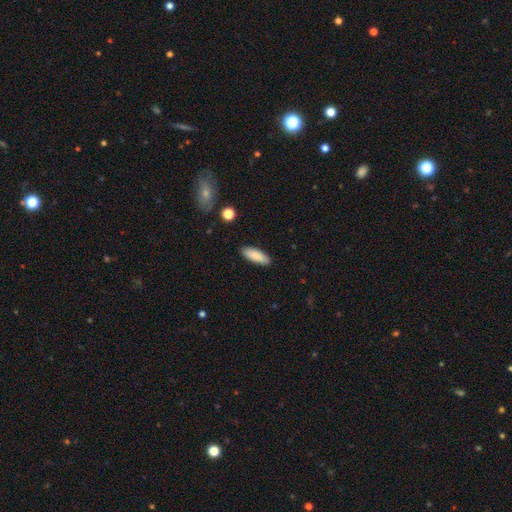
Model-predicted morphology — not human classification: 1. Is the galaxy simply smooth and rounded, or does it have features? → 87% smooth, 7% featured or disk, 6% star or artifact.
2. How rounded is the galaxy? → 63% in between, 36% cigar-shaped, 2% round.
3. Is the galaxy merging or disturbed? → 89% none, 8% minor disturbance, 2% major disturbance, 1% merger.